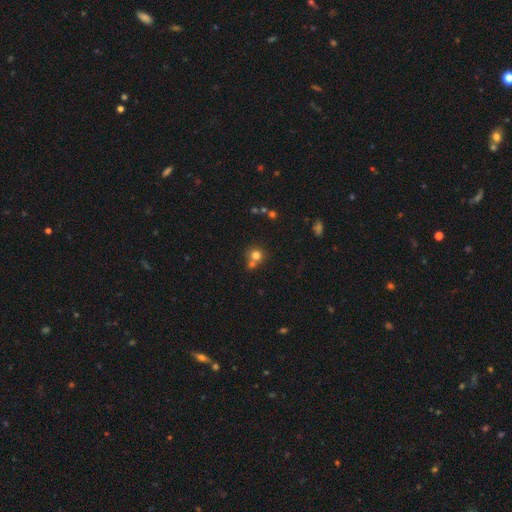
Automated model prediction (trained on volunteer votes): Smooth or featured?
  - smooth: 75% *
  - star or artifact: 14%
  - featured or disk: 10%
How rounded?
  - round: 88% *
  - in between: 11%
  - cigar-shaped: 1%
Merging?
  - none: 52% *
  - merger: 37%
  - minor disturbance: 8%
  - major disturbance: 3%